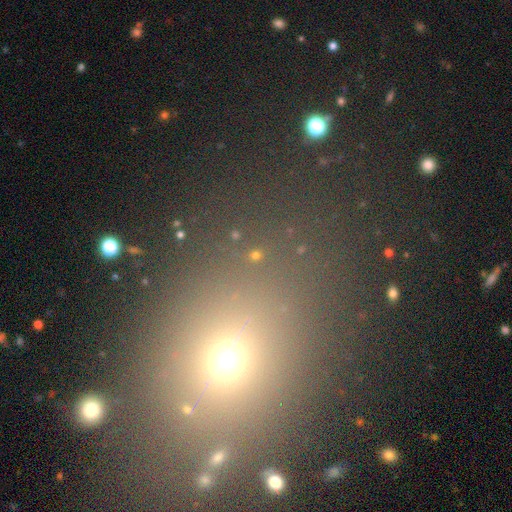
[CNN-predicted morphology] Smooth or featured? Predicted: smooth (p=0.54). How rounded? Predicted: round (p=0.61). Merging? Predicted: none (p=0.80).